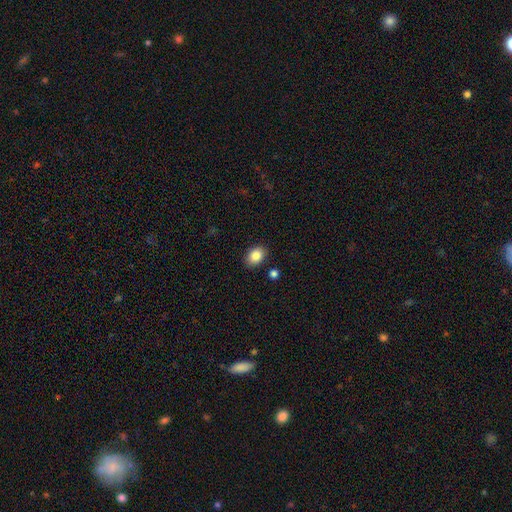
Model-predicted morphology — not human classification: smooth-or-featured: smooth: 85% | star or artifact: 8% | featured or disk: 6%
  how-rounded: in between: 71% | round: 28% | cigar-shaped: 1%
  merging: none: 86% | minor disturbance: 9% | merger: 2% | major disturbance: 2%